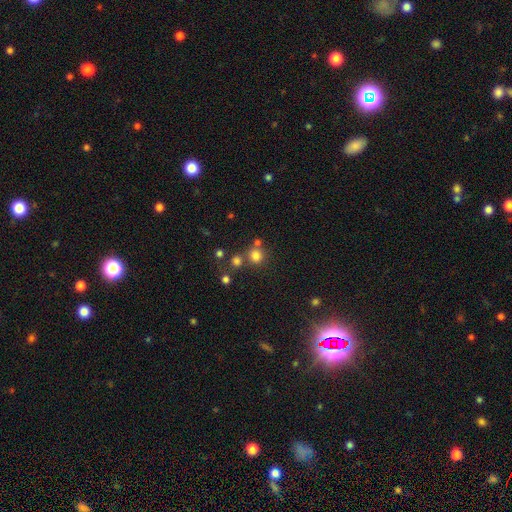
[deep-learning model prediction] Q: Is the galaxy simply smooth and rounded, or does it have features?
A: smooth — 77%.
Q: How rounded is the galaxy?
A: round — 89%.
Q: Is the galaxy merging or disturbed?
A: none — 69%.